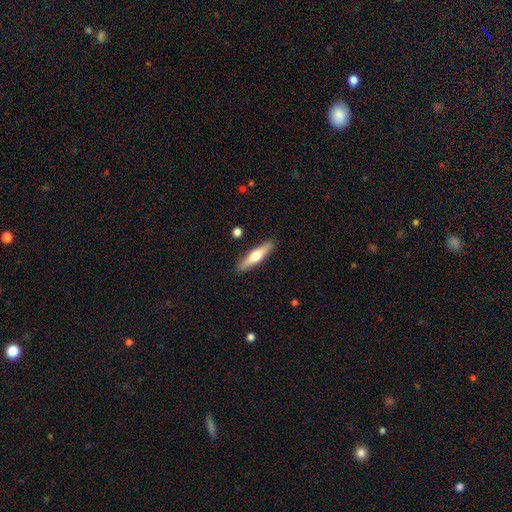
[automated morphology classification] Smooth or featured? Predicted: featured or disk (p=0.48). Merging? Predicted: none (p=0.89).